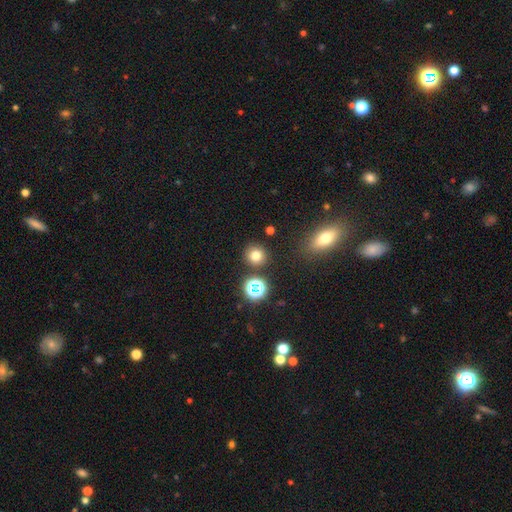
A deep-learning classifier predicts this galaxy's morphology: Q: Smooth or featured?
A: smooth (74%); runner-up: star or artifact (19%)
Q: How rounded?
A: round (91%); runner-up: in between (8%)
Q: Merging?
A: none (85%); runner-up: minor disturbance (7%)